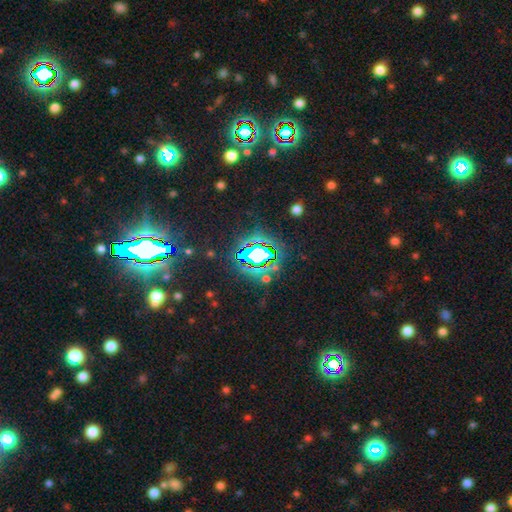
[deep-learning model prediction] Overall: star or artifact (74%).